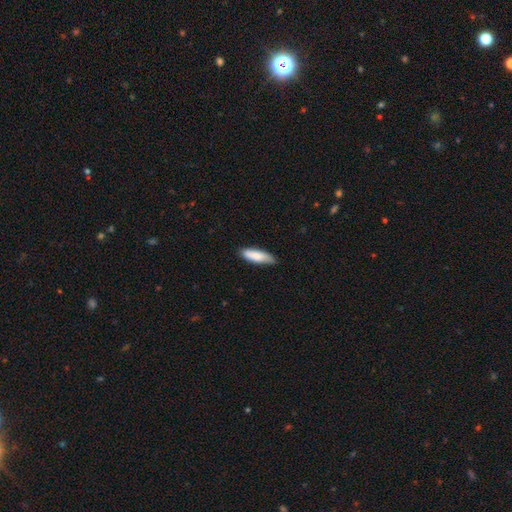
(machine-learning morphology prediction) Smooth or featured? smooth (84%)
How rounded? cigar-shaped (54%)
Merging? none (78%)